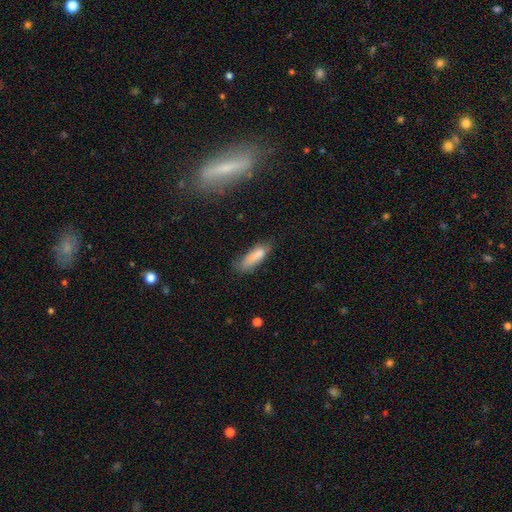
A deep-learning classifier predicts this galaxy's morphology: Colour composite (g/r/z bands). It shows a smooth galaxy with no disk features (83%) that is in between round and cigar-shaped (54%). Merging: none (57%).